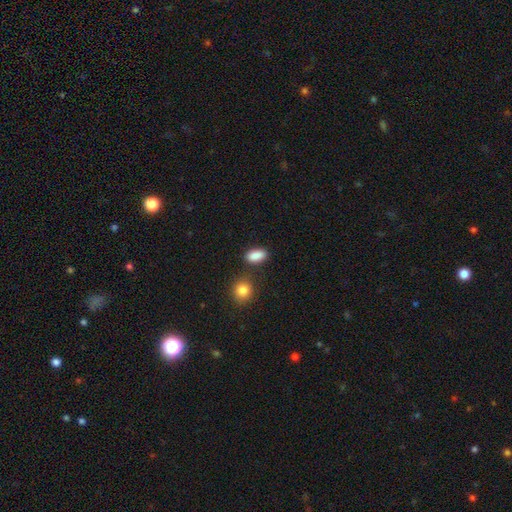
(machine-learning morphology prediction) Smooth or featured? Predicted: smooth (p=0.88). How rounded? Predicted: in between (p=0.87). Merging? Predicted: none (p=0.79).